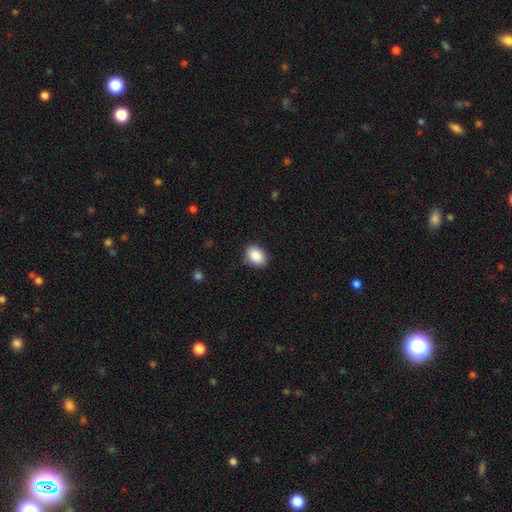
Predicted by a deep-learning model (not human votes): This is clearly a smooth galaxy (89%). How rounded: likely in between (73%). Merging: clearly none (85%).